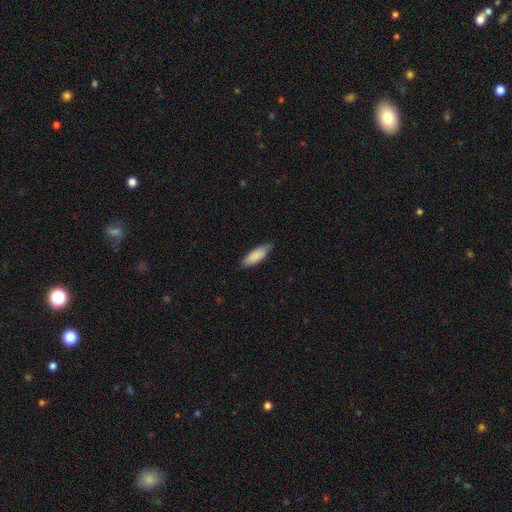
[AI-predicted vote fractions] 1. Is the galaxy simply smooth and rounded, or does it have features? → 85% smooth, 9% featured or disk, 6% star or artifact.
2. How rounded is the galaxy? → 62% in between, 36% cigar-shaped, 1% round.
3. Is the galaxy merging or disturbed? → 77% none, 19% minor disturbance, 3% major disturbance, 1% merger.